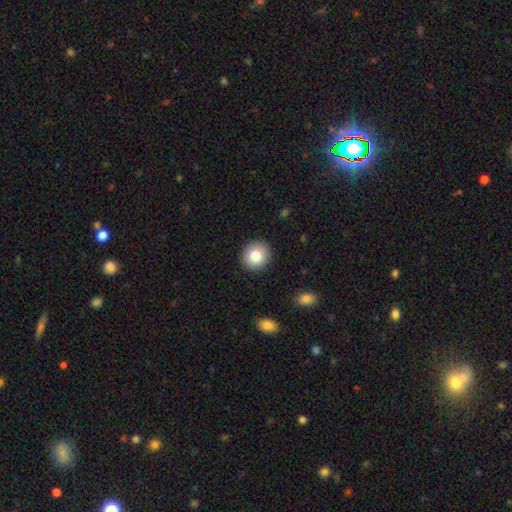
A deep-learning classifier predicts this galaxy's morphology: The model was most divided on "smooth or featured": smooth: 82%, featured or disk: 9%, star or artifact: 9%. More confident: merging — none (91%); how rounded — round (89%).